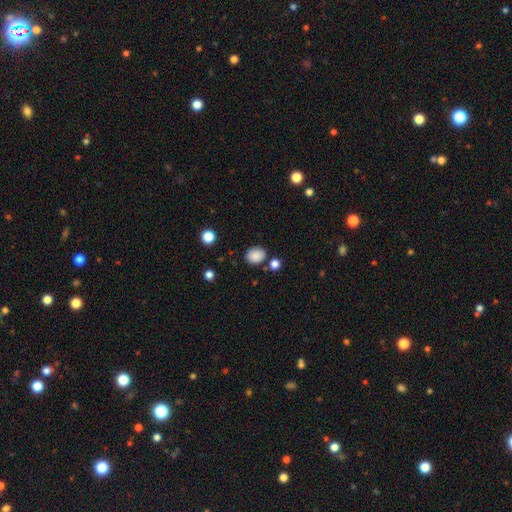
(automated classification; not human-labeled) smooth-or-featured: smooth: 87% | star or artifact: 10% | featured or disk: 3%
  how-rounded: round: 57% | in between: 42% | cigar-shaped: 1%
  merging: none: 80% | minor disturbance: 11% | merger: 6% | major disturbance: 3%